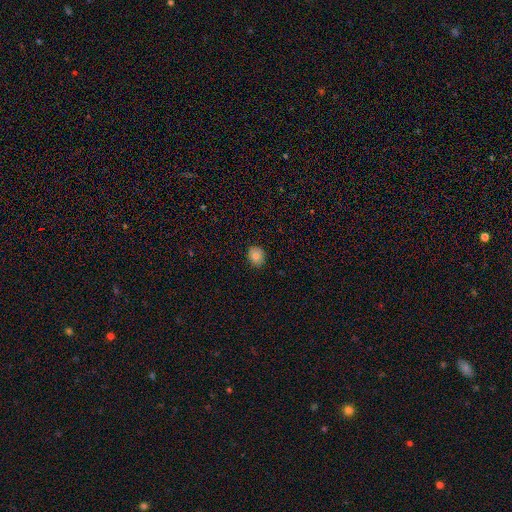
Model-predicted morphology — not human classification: This is likely a smooth galaxy (76%). How rounded: likely round (68%). Merging: clearly none (86%).